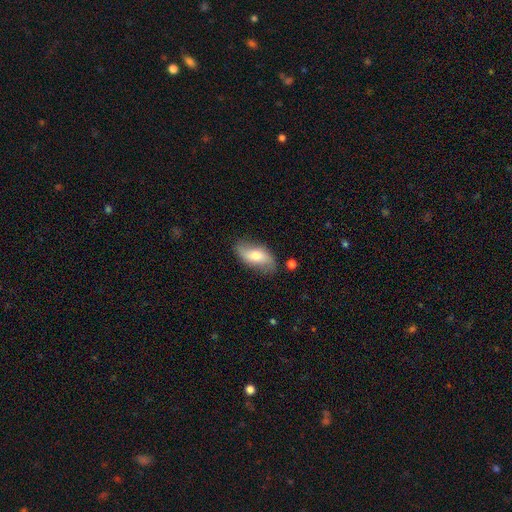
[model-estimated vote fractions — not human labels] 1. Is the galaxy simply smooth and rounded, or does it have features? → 49% smooth, 44% featured or disk, 7% star or artifact.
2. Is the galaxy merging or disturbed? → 76% none, 18% minor disturbance, 4% major disturbance, 2% merger.